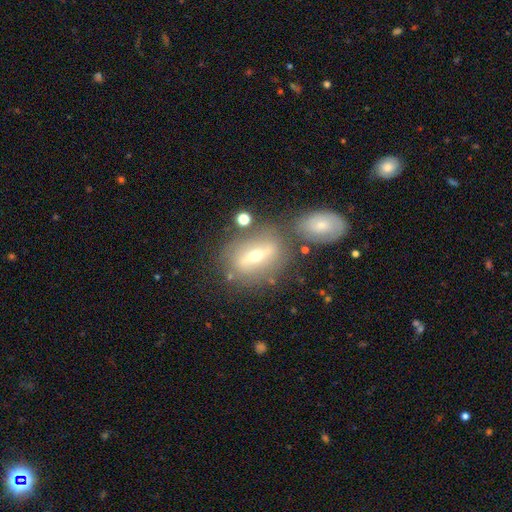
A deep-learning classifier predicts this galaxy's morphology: smooth_or_featured: featured or disk (p=0.56) [alt: smooth p=0.33]
disk_edge_on: no (p=0.73) [alt: yes p=0.27]
merging: none (p=0.63) [alt: merger p=0.18]